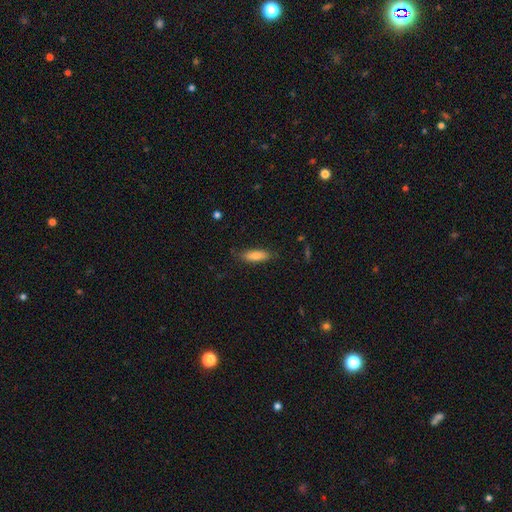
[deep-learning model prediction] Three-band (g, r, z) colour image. It shows a smooth galaxy with no disk features (82%) that is in between round and cigar-shaped (53%). Merging: none (81%).